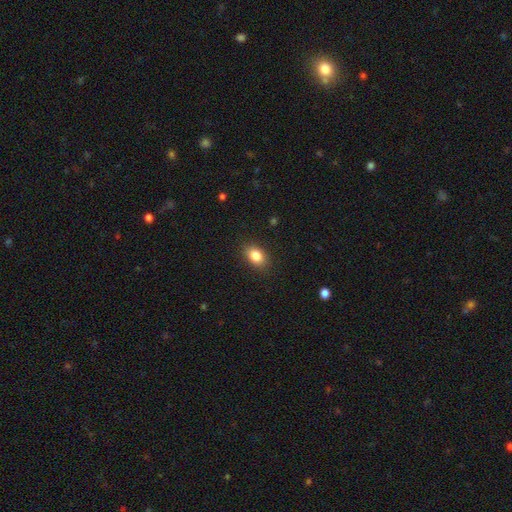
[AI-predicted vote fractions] smooth_or_featured: smooth (p=0.84) [alt: star or artifact p=0.09]
how_rounded: in between (p=0.81) [alt: round p=0.18]
merging: none (p=0.87) [alt: minor disturbance p=0.09]